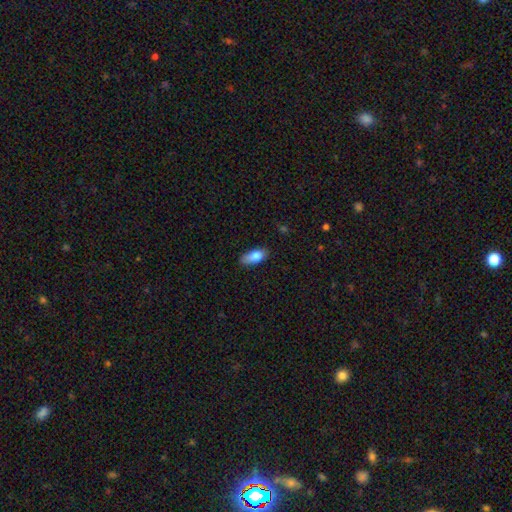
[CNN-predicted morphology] This appears to be a smooth galaxy with no disk features (82%) that is in between round and cigar-shaped (81%). Merging: none (75%).